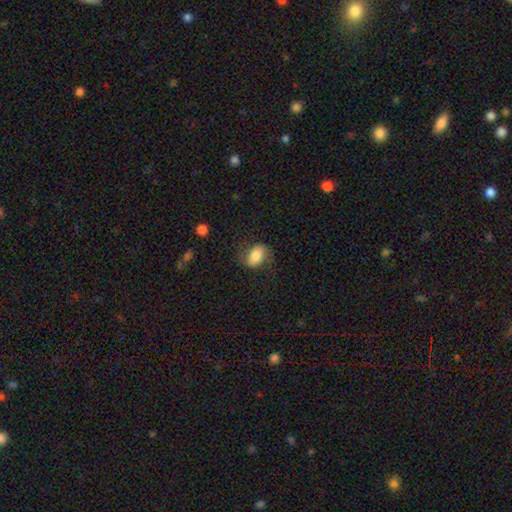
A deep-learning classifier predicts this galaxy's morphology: type=smooth (60%); roundness=in between (83%); merging=none (67%).